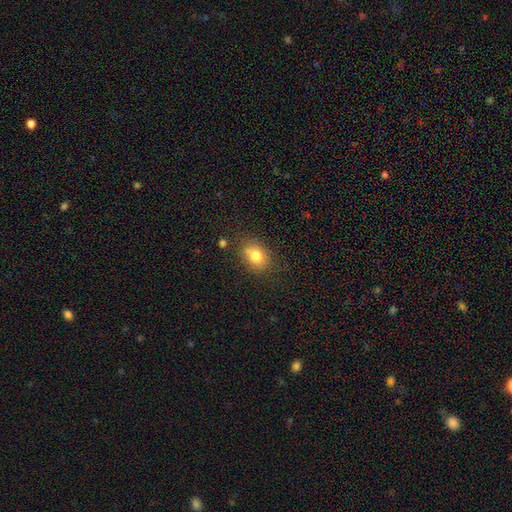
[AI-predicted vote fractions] Smooth or featured?
  - smooth: 78% *
  - star or artifact: 11%
  - featured or disk: 11%
How rounded?
  - in between: 58% *
  - round: 41%
  - cigar-shaped: 1%
Merging?
  - none: 68% *
  - minor disturbance: 16%
  - merger: 11%
  - major disturbance: 5%